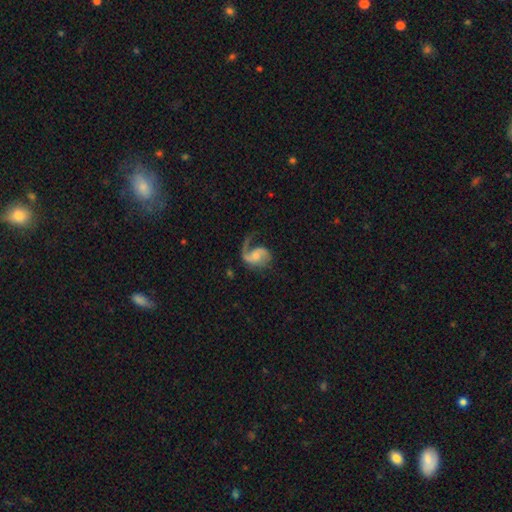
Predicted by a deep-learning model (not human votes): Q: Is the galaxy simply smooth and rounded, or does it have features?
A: featured or disk — 83%.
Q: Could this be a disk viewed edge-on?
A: no — 98%.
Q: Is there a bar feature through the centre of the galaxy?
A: no — 55%.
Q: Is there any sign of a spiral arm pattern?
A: yes — 96%.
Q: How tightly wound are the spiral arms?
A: loose — 52%.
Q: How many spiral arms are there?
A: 2 — 54%.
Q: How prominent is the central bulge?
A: small — 42%.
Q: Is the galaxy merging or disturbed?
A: none — 47%.